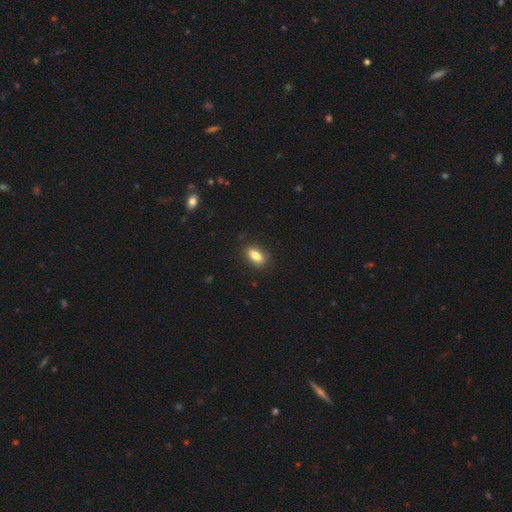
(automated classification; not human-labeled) Smooth or featured?
  - smooth: 82% *
  - featured or disk: 10%
  - star or artifact: 8%
How rounded?
  - in between: 85% *
  - cigar-shaped: 8%
  - round: 7%
Merging?
  - none: 85% *
  - minor disturbance: 12%
  - major disturbance: 3%
  - merger: 1%